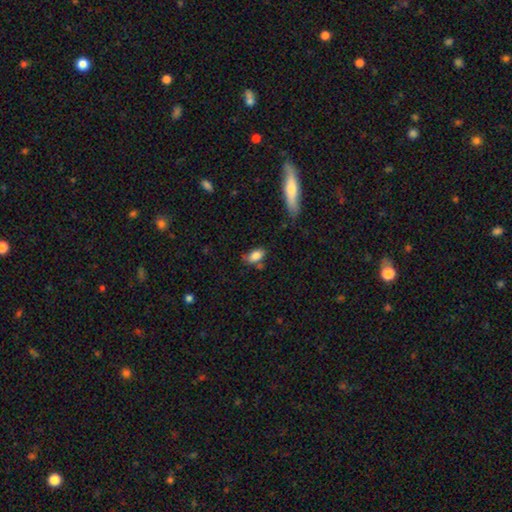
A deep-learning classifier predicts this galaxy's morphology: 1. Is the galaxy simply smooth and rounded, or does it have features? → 84% smooth, 8% featured or disk, 8% star or artifact.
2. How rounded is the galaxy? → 89% in between, 7% round, 4% cigar-shaped.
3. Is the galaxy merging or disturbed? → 63% none, 22% minor disturbance, 9% merger, 5% major disturbance.